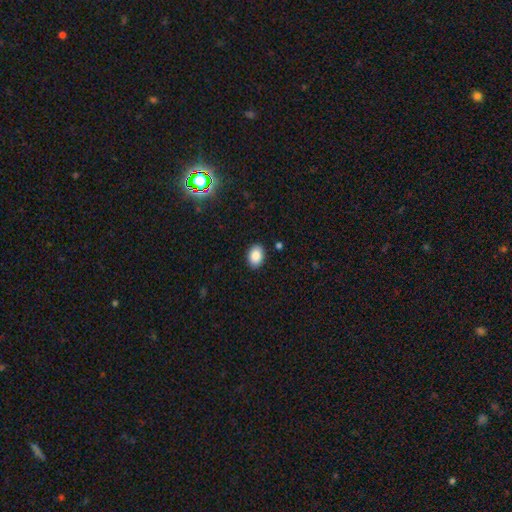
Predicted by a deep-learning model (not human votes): The model was most divided on "how rounded": in between: 78%, round: 22%, cigar-shaped: 1%. More confident: merging — none (88%); smooth or featured — smooth (87%).